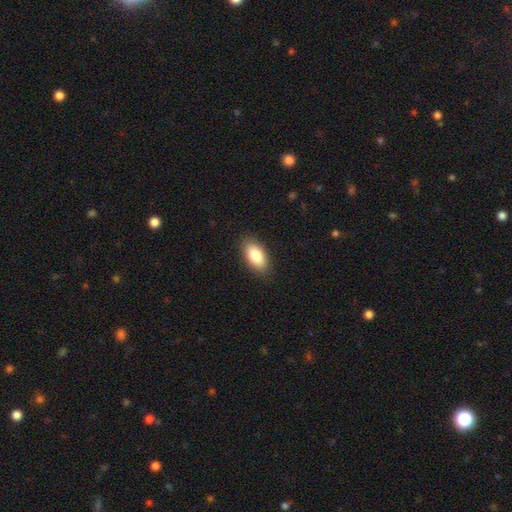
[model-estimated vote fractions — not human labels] Smooth or featured?
  - smooth: 84% *
  - featured or disk: 9%
  - star or artifact: 7%
How rounded?
  - in between: 92% *
  - cigar-shaped: 5%
  - round: 3%
Merging?
  - none: 88% *
  - minor disturbance: 9%
  - major disturbance: 2%
  - merger: 1%